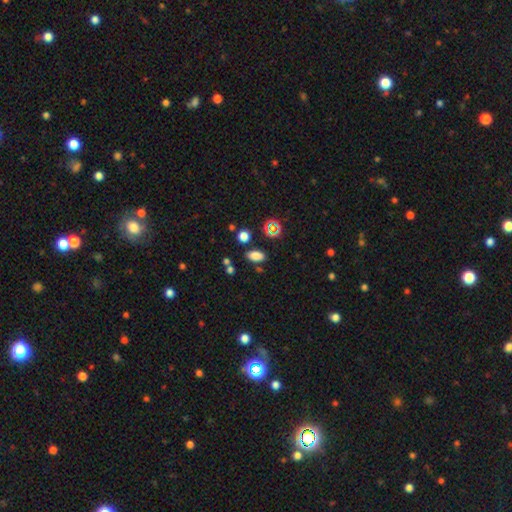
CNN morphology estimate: A smooth galaxy with no disk features (77%) that is in between round and cigar-shaped (88%).

Vote fractions:
- Smooth or featured? smooth: 77% / star or artifact: 17% / featured or disk: 6%
- How rounded? in between: 88% / round: 8% / cigar-shaped: 4%
- Merging? none: 80% / minor disturbance: 10% / merger: 6% / major disturbance: 3%